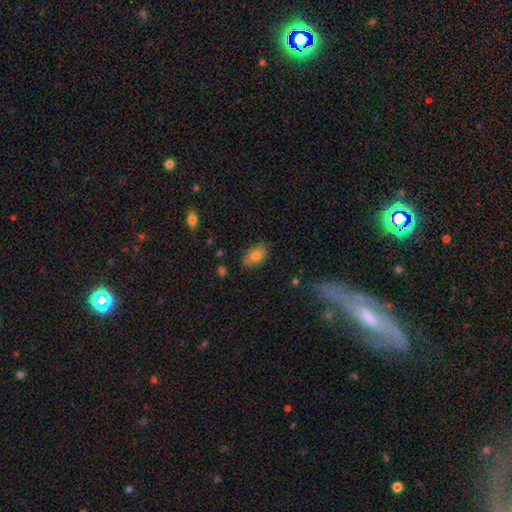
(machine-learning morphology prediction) The model was most divided on "merging": none: 77%, minor disturbance: 17%, major disturbance: 3%, merger: 3%. More confident: how rounded — in between (84%); smooth or featured — smooth (79%).